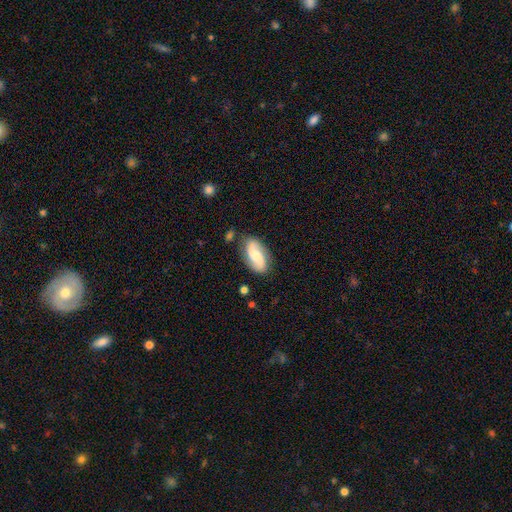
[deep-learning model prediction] Overall: featured or disk (57%; smooth 36%). Edge-on disk: no (94%). Bar: no (56%; weak 33%). Spiral arms: yes (91%). Bulge size: moderate (48%; small 38%). Merging: none (77%).